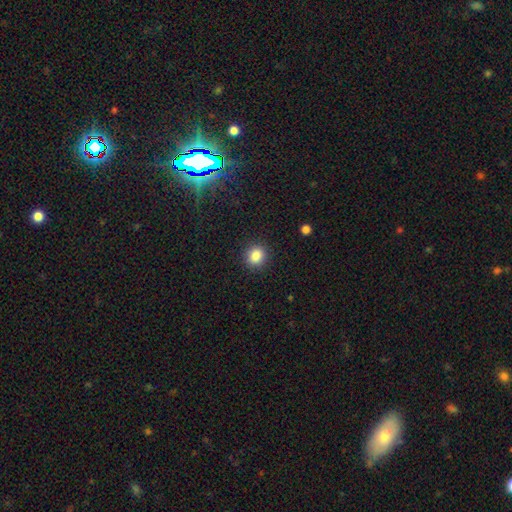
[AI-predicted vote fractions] A smooth galaxy with no disk features (86%) that is round (80%).

Vote fractions:
- Smooth or featured? smooth: 86% / star or artifact: 10% / featured or disk: 4%
- How rounded? round: 80% / in between: 19% / cigar-shaped: 1%
- Merging? none: 90% / minor disturbance: 7% / major disturbance: 2% / merger: 1%